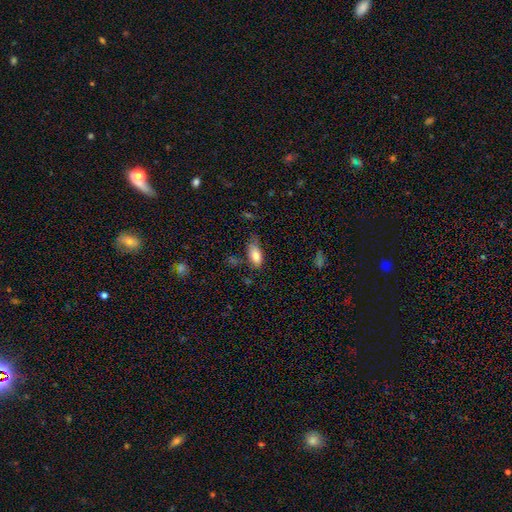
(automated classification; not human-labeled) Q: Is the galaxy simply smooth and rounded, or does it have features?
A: smooth — 84%.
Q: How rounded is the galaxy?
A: in between — 87%.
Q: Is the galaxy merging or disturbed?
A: none — 55%.